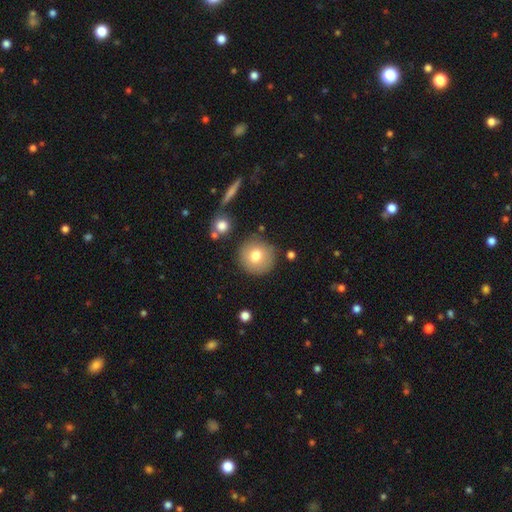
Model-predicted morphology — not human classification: Overall: smooth (76%). How rounded: round (94%). Merging: none (84%).